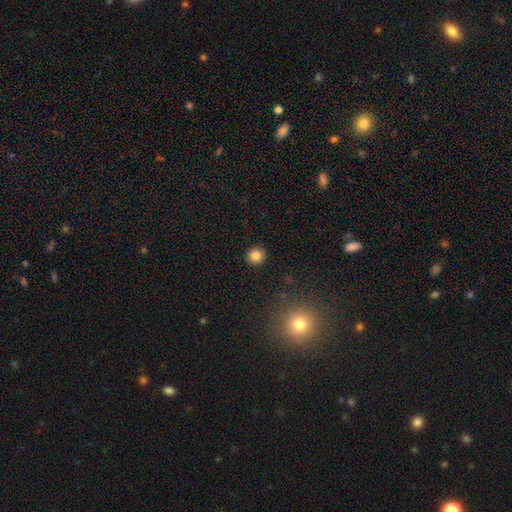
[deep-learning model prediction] smooth_or_featured: smooth (p=0.84) [alt: star or artifact p=0.11]
how_rounded: round (p=0.90) [alt: in between p=0.09]
merging: none (p=0.92) [alt: minor disturbance p=0.05]